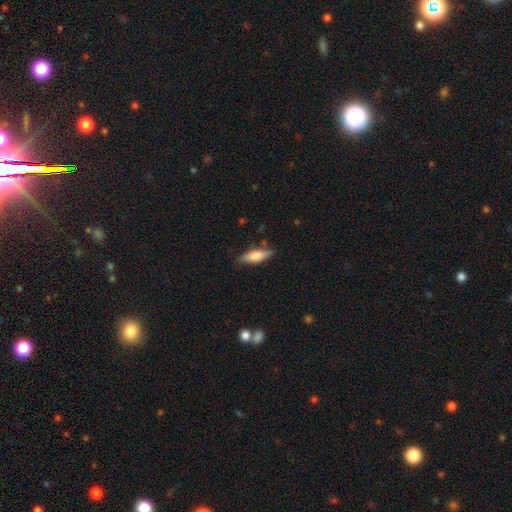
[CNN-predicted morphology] type=smooth (68%); roundness=in between (50%); merging=none (79%).